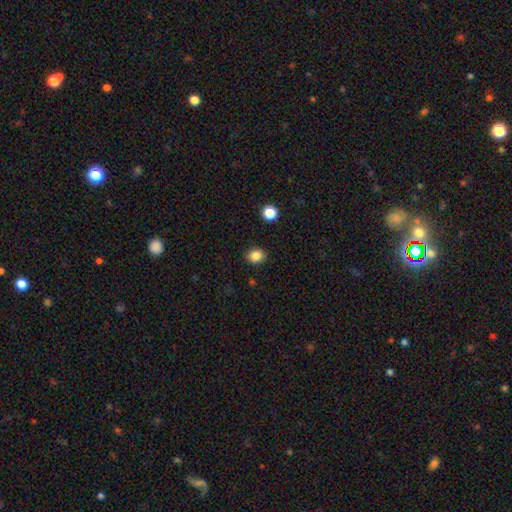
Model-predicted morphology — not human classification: Smooth or featured?
  - smooth: 85% *
  - star or artifact: 11%
  - featured or disk: 4%
How rounded?
  - round: 63% *
  - in between: 36%
  - cigar-shaped: 1%
Merging?
  - none: 88% *
  - minor disturbance: 8%
  - major disturbance: 2%
  - merger: 1%